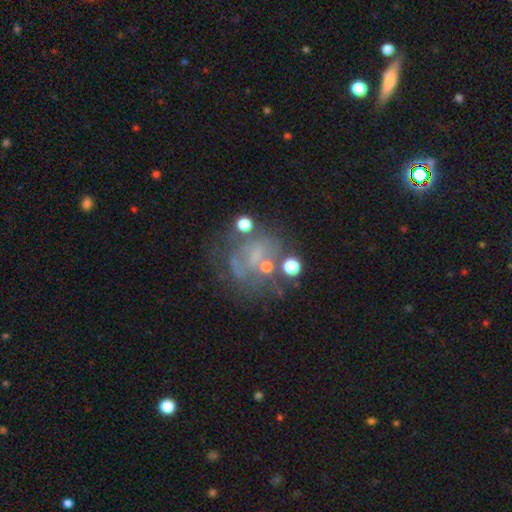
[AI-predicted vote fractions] Q: Smooth or featured?
A: featured or disk (52%); runner-up: star or artifact (25%)
Q: Edge-on disk?
A: no (98%); runner-up: yes (2%)
Q: Bar?
A: no (72%); runner-up: weak (20%)
Q: Spiral arms?
A: no (69%); runner-up: yes (31%)
Q: Bulge size?
A: none (48%); runner-up: small (38%)
Q: Merging?
A: none (48%); runner-up: major disturbance (24%)